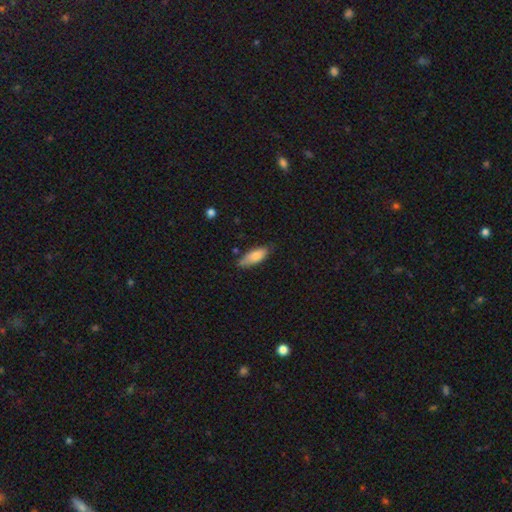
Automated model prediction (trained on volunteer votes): A smooth galaxy with no disk features (78%) that is in between round and cigar-shaped (72%). Merging: none (71%).